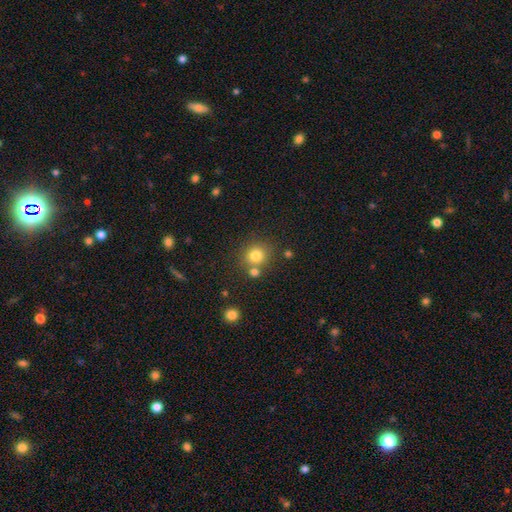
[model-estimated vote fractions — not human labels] The model was most divided on "merging": none: 70%, merger: 17%, minor disturbance: 10%, major disturbance: 3%. More confident: how rounded — round (85%); smooth or featured — smooth (79%).